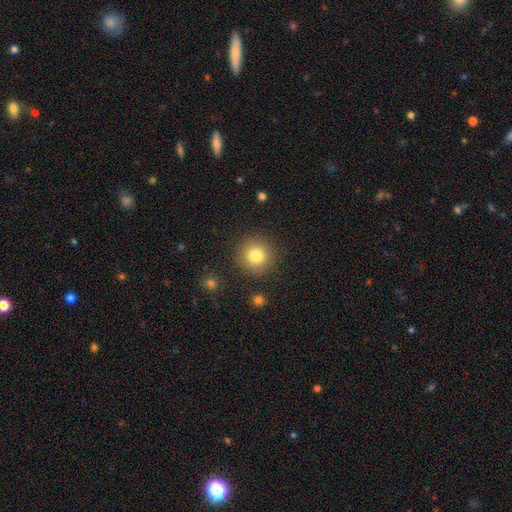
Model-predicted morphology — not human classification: This appears to be a smooth galaxy with no disk features (80%) that is round (95%). Merging: none (88%).